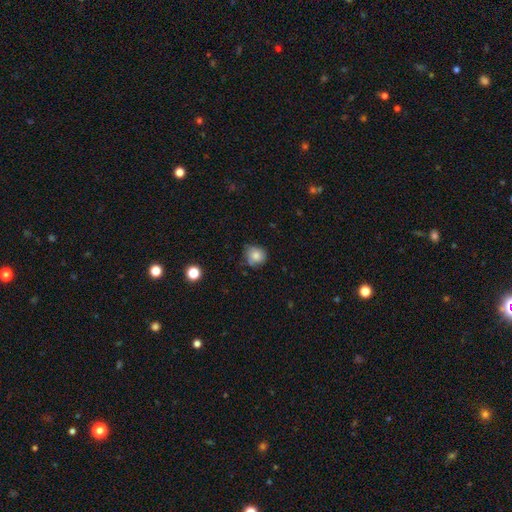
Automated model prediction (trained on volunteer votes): Smooth or featured? smooth (82%)
How rounded? round (85%)
Merging? none (68%)